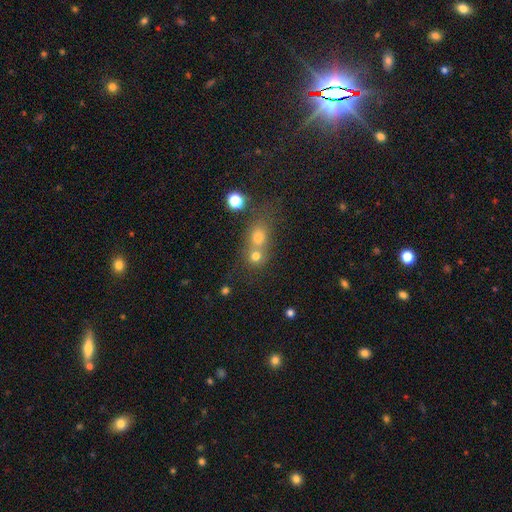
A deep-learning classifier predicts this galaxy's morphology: A star or artifact, not a galaxy (47%).